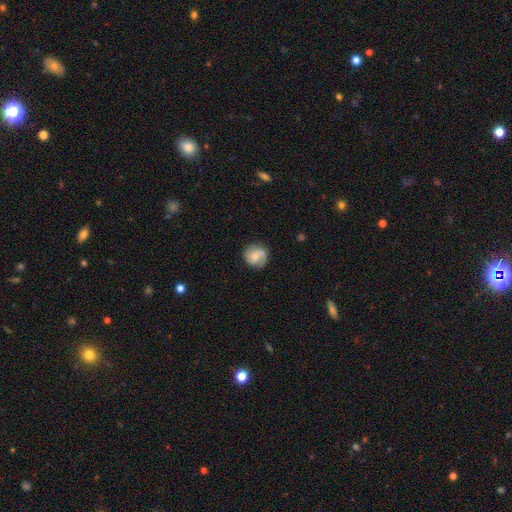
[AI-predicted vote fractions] The model was most divided on "smooth or featured": smooth: 49%, featured or disk: 43%, star or artifact: 8%. More confident: merging — none (78%).